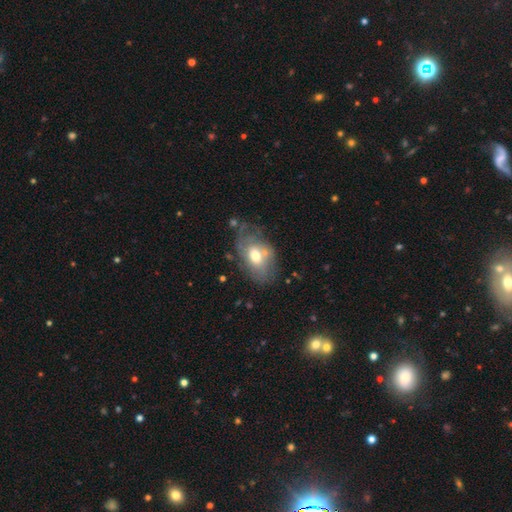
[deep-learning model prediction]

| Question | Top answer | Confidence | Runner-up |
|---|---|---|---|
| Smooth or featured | featured or disk | 48% | smooth (45%) |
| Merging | none | 51% | minor disturbance (27%) |